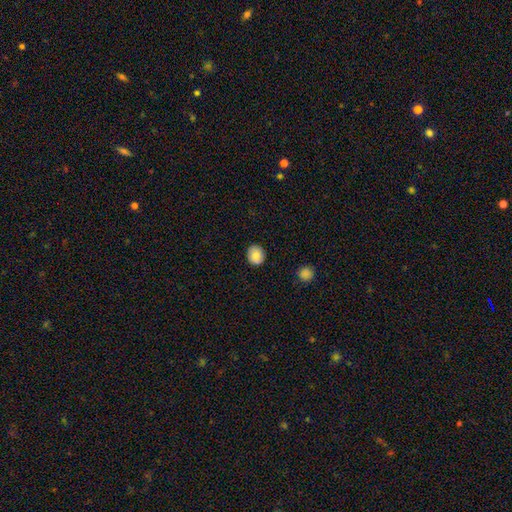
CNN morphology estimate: smooth-or-featured: smooth: 78% | featured or disk: 14% | star or artifact: 8%
  how-rounded: round: 78% | in between: 21% | cigar-shaped: 1%
  merging: none: 85% | minor disturbance: 11% | major disturbance: 2% | merger: 2%